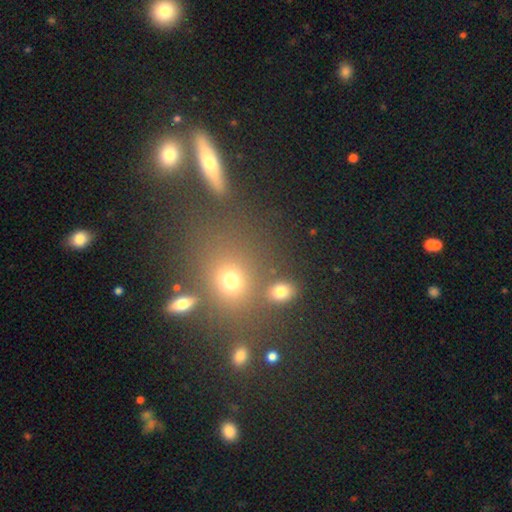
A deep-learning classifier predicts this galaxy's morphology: Smooth or featured? smooth (56%)
How rounded? round (68%)
Merging? none (71%)